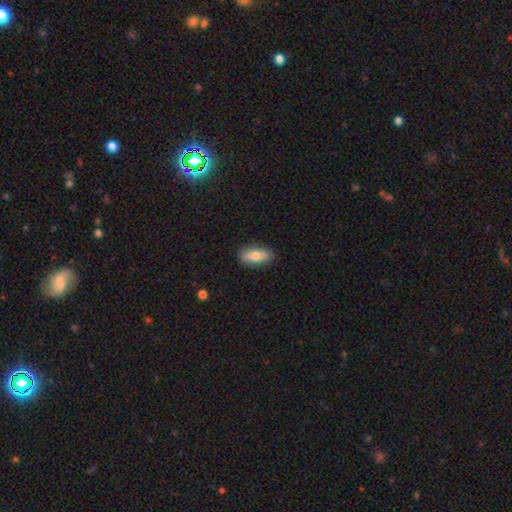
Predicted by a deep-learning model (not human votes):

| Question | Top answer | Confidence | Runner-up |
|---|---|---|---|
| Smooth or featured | smooth | 73% | featured or disk (21%) |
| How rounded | in between | 81% | cigar-shaped (16%) |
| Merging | none | 86% | minor disturbance (10%) |